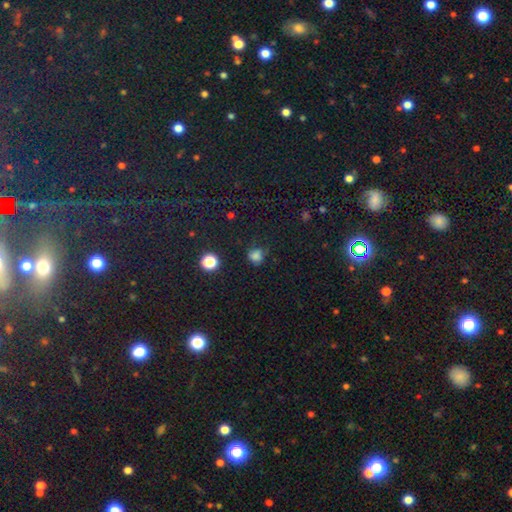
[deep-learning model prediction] Smooth or featured? Predicted: smooth (p=0.75). How rounded? Predicted: round (p=0.80). Merging? Predicted: none (p=0.66).